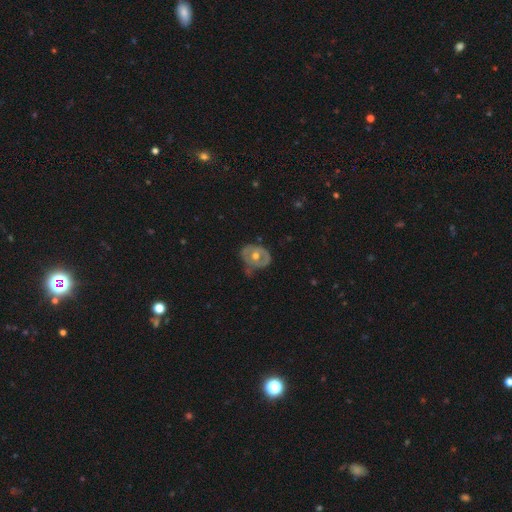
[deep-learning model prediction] smooth_or_featured: featured or disk (p=0.61) [alt: smooth p=0.33]
disk_edge_on: no (p=0.95) [alt: yes p=0.05]
bar: no (p=0.80) [alt: weak p=0.15]
has_spiral_arms: no (p=0.69) [alt: yes p=0.31]
bulge_size: moderate (p=0.79) [alt: small p=0.14]
merging: none (p=0.51) [alt: minor disturbance p=0.32]